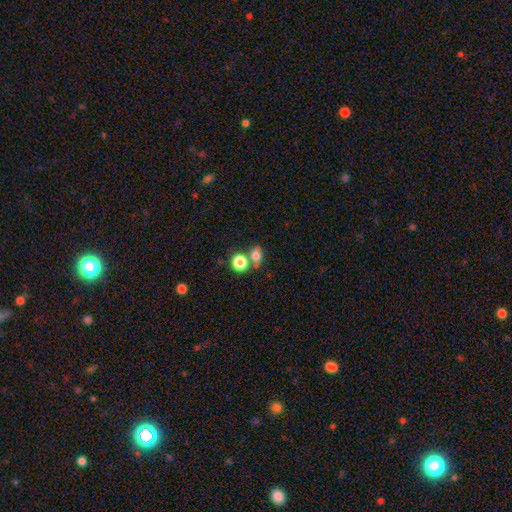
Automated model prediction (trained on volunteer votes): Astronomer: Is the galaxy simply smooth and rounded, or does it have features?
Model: smooth — 77%.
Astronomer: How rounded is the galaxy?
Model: in between — 58% (runner-up: round, 40%).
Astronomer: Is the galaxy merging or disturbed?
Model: none — 52% (runner-up: merger, 32%).